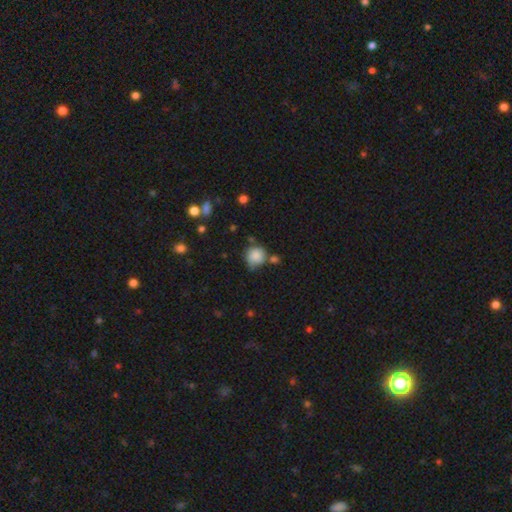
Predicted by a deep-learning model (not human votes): Q: Smooth or featured?
A: smooth (81%); runner-up: featured or disk (10%)
Q: How rounded?
A: round (82%); runner-up: in between (17%)
Q: Merging?
A: none (47%); runner-up: minor disturbance (31%)